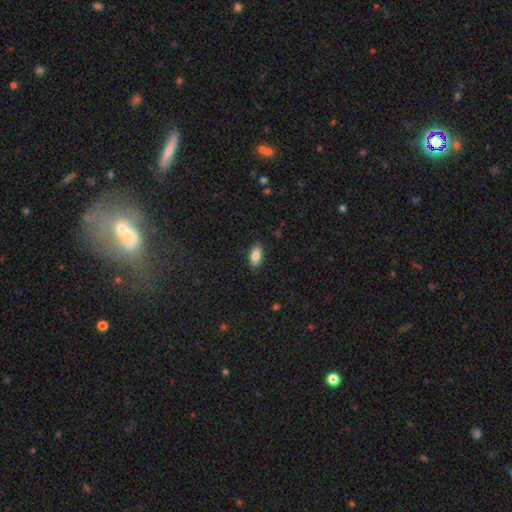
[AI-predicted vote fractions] Smooth or featured: smooth — 84% (featured or disk — 8%)
How rounded: in between — 90% (cigar-shaped — 7%)
Merging: none — 88% (minor disturbance — 9%)